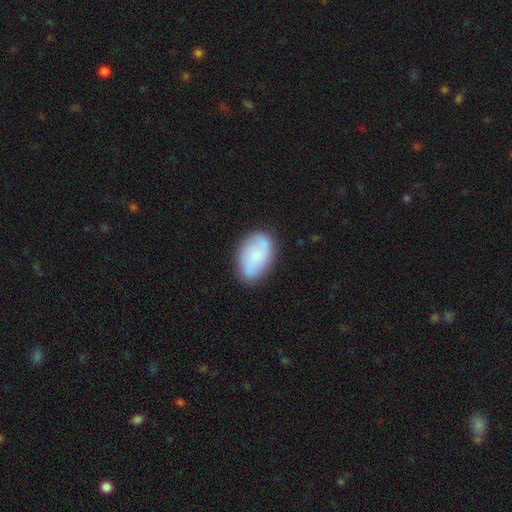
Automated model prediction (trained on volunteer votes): Q: Smooth or featured?
A: smooth (62%); runner-up: featured or disk (31%)
Q: How rounded?
A: in between (90%); runner-up: round (8%)
Q: Merging?
A: none (74%); runner-up: minor disturbance (19%)